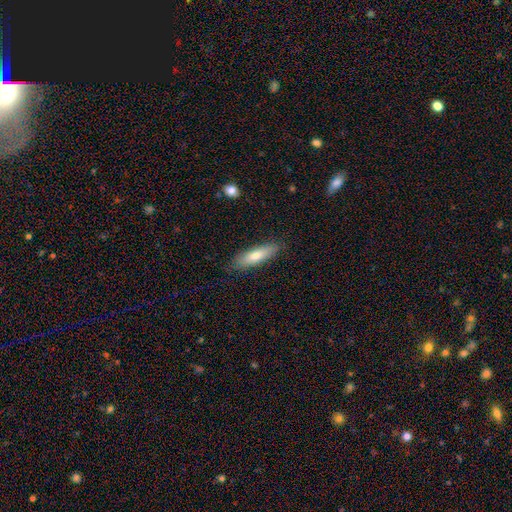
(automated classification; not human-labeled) Smooth or featured?
  - smooth: 71% *
  - featured or disk: 23%
  - star or artifact: 6%
How rounded?
  - cigar-shaped: 63% *
  - in between: 35%
  - round: 2%
Merging?
  - none: 85% *
  - minor disturbance: 11%
  - major disturbance: 2%
  - merger: 1%